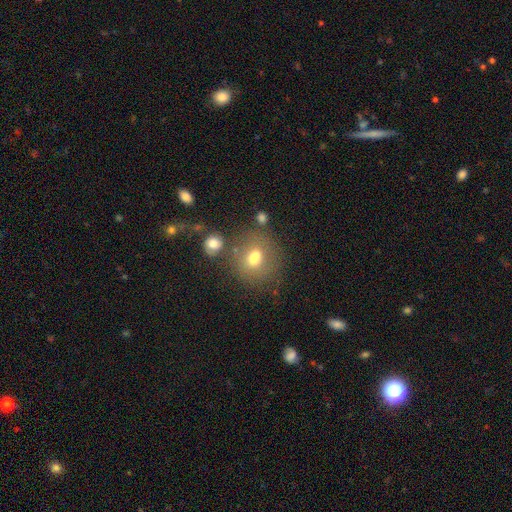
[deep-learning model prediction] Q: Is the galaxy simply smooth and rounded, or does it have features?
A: smooth — 71%.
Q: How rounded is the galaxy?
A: round — 71%.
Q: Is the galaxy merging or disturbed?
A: none — 69%.